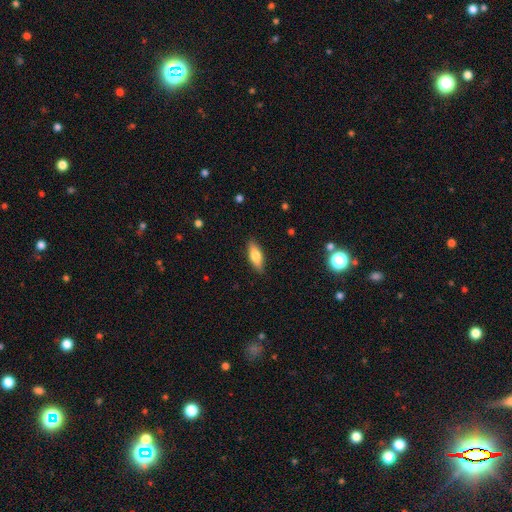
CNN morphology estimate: Smooth or featured: smooth — 68% (featured or disk — 25%)
How rounded: in between — 66% (cigar-shaped — 31%)
Merging: none — 87% (minor disturbance — 9%)